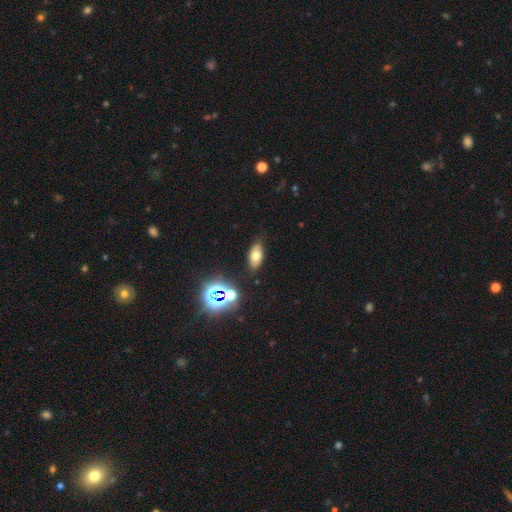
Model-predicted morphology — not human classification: Smooth or featured?
  - smooth: 63% *
  - featured or disk: 19%
  - star or artifact: 17%
How rounded?
  - in between: 86% *
  - cigar-shaped: 7%
  - round: 6%
Merging?
  - none: 83% *
  - minor disturbance: 11%
  - major disturbance: 3%
  - merger: 2%